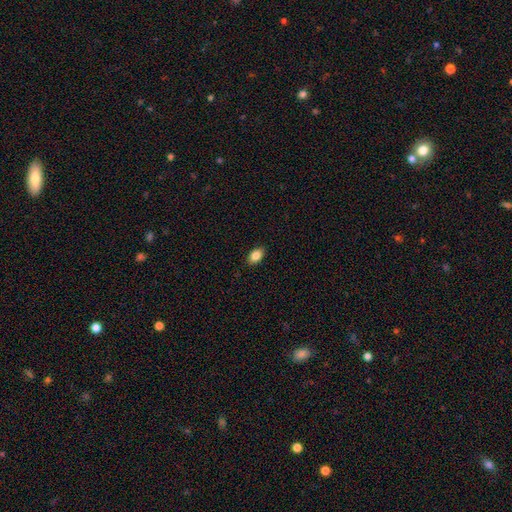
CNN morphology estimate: smooth_or_featured: smooth (p=0.86) [alt: star or artifact p=0.08]
how_rounded: in between (p=0.89) [alt: round p=0.09]
merging: none (p=0.89) [alt: minor disturbance p=0.08]